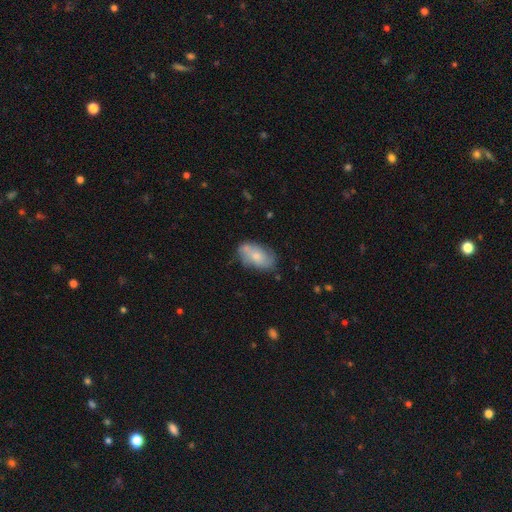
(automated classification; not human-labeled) The model was most divided on "smooth or featured": smooth: 60%, featured or disk: 33%, star or artifact: 7%. More confident: how rounded — in between (92%); merging — none (63%).